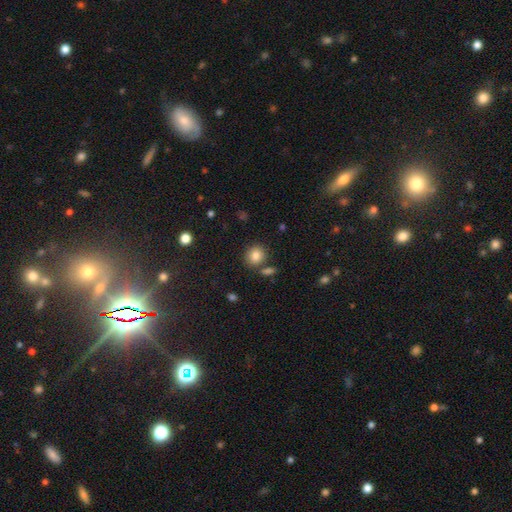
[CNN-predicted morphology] This is clearly a smooth galaxy (84%). How rounded: likely round (79%). Merging: likely none (77%).